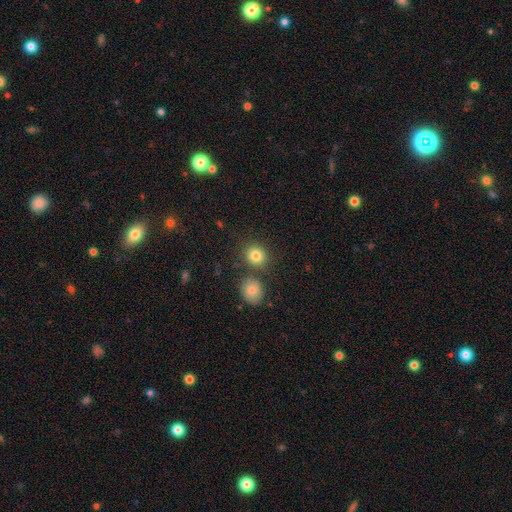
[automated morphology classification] type=smooth (82%); roundness=round (83%); merging=none (76%).